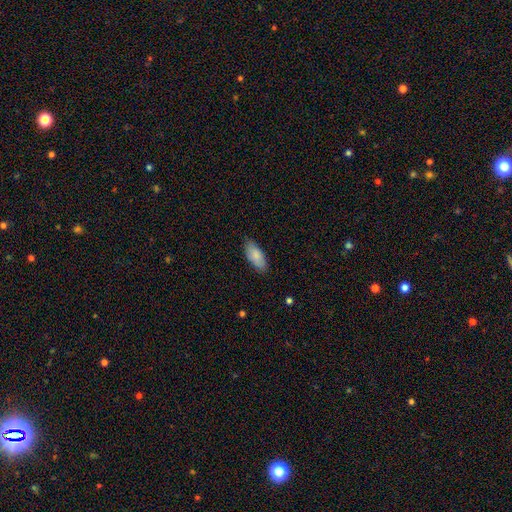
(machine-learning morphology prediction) The model was most divided on "merging": none: 80%, minor disturbance: 16%, major disturbance: 3%, merger: 1%. More confident: how rounded — in between (87%); smooth or featured — smooth (82%).